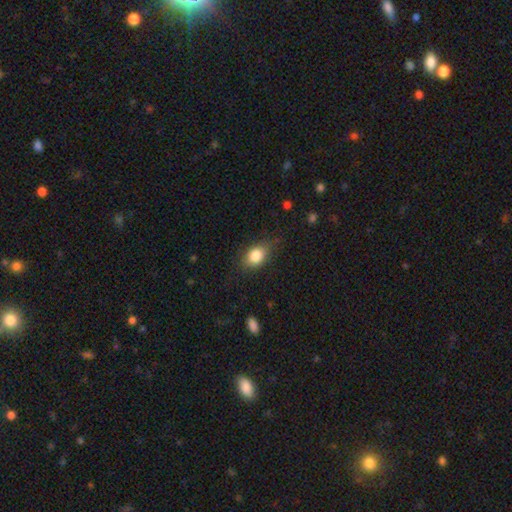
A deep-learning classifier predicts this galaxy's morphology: The model was most divided on "how rounded": in between: 74%, round: 24%, cigar-shaped: 2%. More confident: smooth or featured — smooth (84%); merging — none (74%).